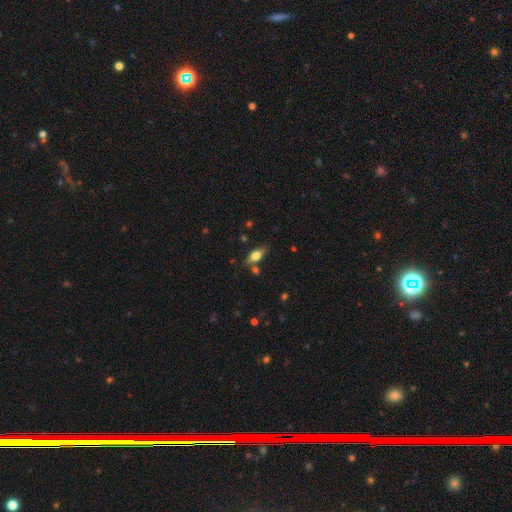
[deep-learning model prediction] Smooth or featured? smooth (69%)
How rounded? in between (81%)
Merging? none (72%)